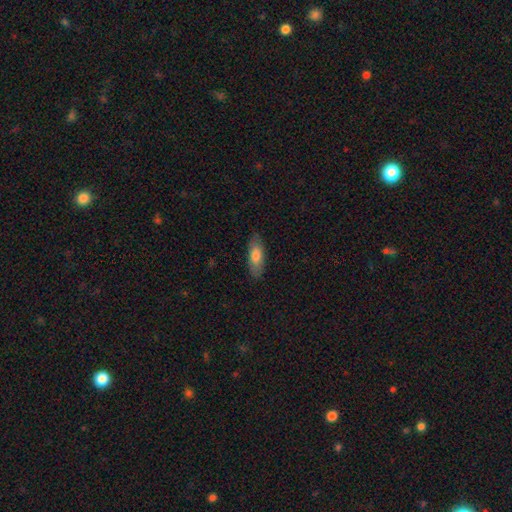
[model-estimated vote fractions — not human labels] smooth-or-featured: smooth: 76% | featured or disk: 18% | star or artifact: 6%
  how-rounded: in between: 71% | cigar-shaped: 27% | round: 2%
  merging: none: 85% | minor disturbance: 12% | major disturbance: 3% | merger: 1%